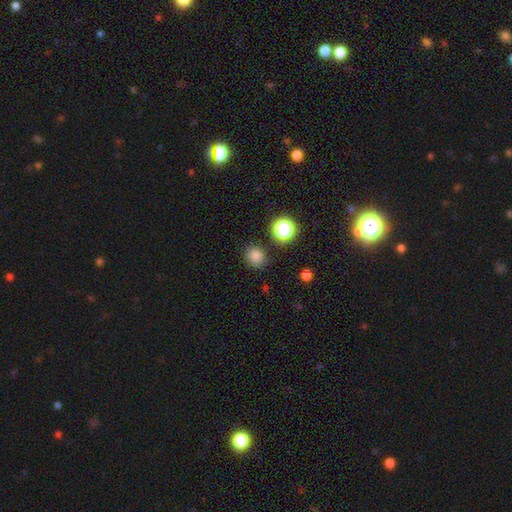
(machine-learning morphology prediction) This appears to be a smooth galaxy with no disk features (80%) that is round (80%). Merging: none (84%).